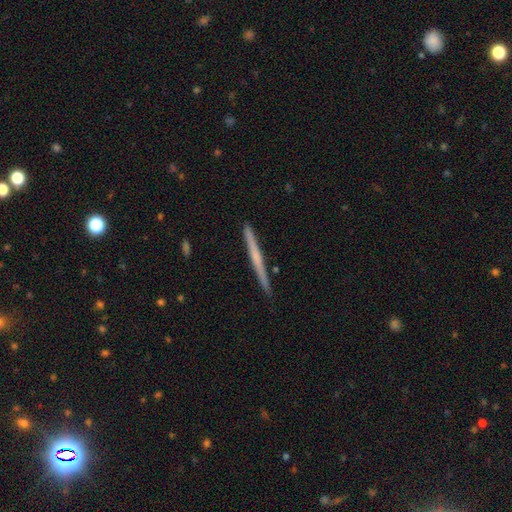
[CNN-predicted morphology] A featured or disk galaxy (58%) viewed edge-on (98%) with no central bulge (73%).

Vote fractions:
- Smooth or featured? featured or disk: 58% / smooth: 37% / star or artifact: 5%
- Edge-on disk? yes: 98% / no: 2%
- Edge-on bulge? none: 73% / rounded: 22% / boxy: 6%
- Merging? none: 90% / minor disturbance: 7% / major disturbance: 1% / merger: 1%